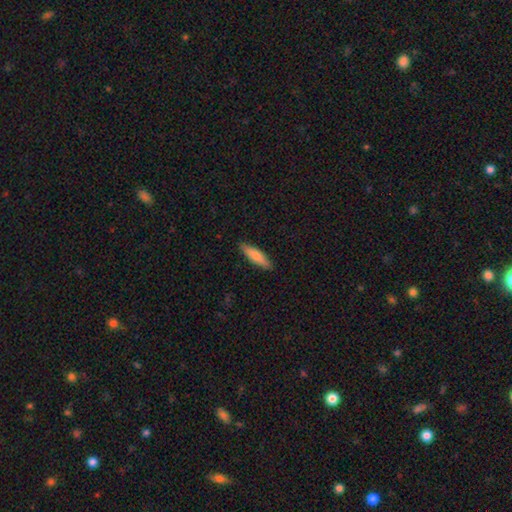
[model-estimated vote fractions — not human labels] smooth_or_featured: smooth (p=0.81) [alt: featured or disk p=0.14]
how_rounded: cigar-shaped (p=0.70) [alt: in between p=0.29]
merging: none (p=0.89) [alt: minor disturbance p=0.08]